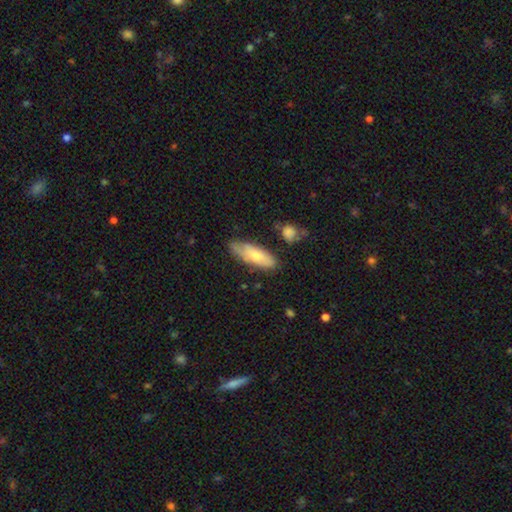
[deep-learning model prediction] This appears to be a smooth galaxy with no disk features (68%) that is in between round and cigar-shaped (66%). Merging: none (65%).